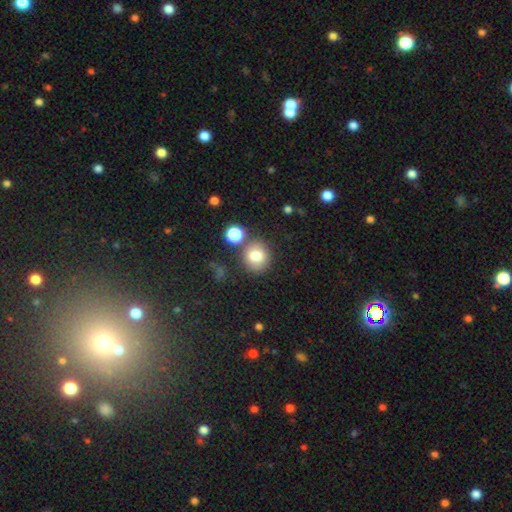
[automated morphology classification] Smooth or featured? smooth (78%)
How rounded? round (80%)
Merging? none (74%)